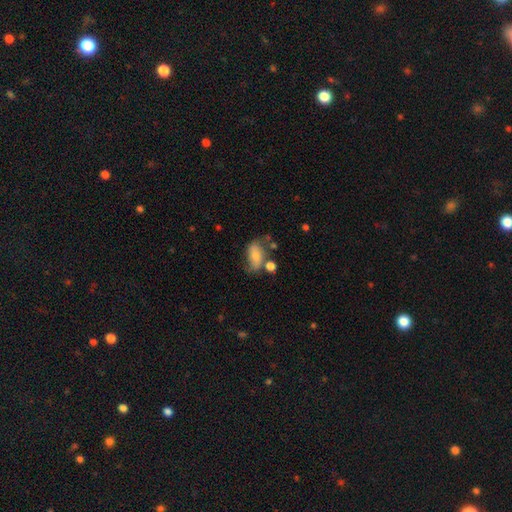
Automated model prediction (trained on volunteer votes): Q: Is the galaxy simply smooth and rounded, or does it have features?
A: smooth — 59%.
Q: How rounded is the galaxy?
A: in between — 87%.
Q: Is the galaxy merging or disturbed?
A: none — 45%.